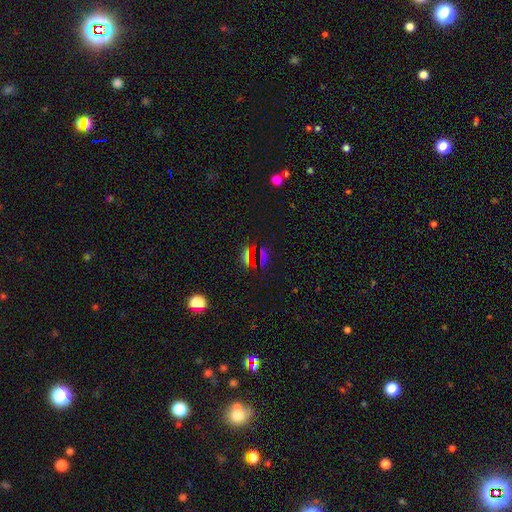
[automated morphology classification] Overall: star or artifact (47%; smooth 45%).